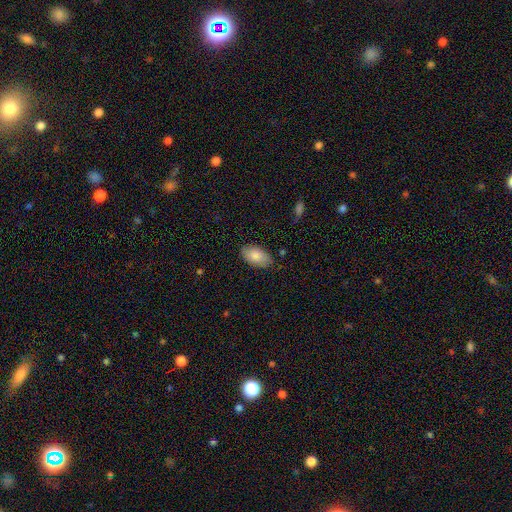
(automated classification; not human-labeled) Smooth or featured? smooth (85%)
How rounded? in between (95%)
Merging? none (83%)